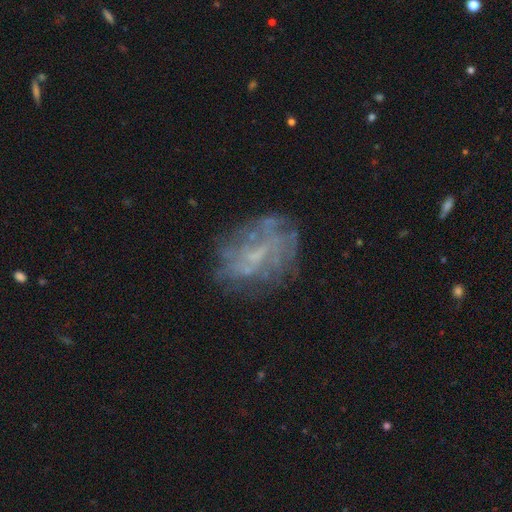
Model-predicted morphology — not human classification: Smooth or featured?
  - featured or disk: 61% *
  - smooth: 20%
  - star or artifact: 19%
Edge-on disk?
  - no: 97% *
  - yes: 3%
Bar?
  - no: 60% *
  - weak: 31%
  - strong: 8%
Spiral arms?
  - no: 55% *
  - yes: 45%
Bulge size?
  - small: 42% * (tied)
  - none: 42% * (tied)
  - moderate: 14%
  - large: 1%
  - dominant: 1%
Merging?
  - none: 66% *
  - minor disturbance: 17%
  - major disturbance: 15%
  - merger: 3%